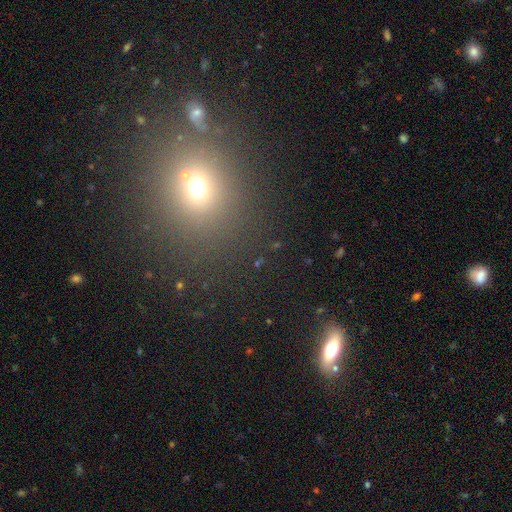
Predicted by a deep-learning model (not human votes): The model was most divided on "smooth or featured": smooth: 53%, star or artifact: 36%, featured or disk: 11%. More confident: merging — none (79%); how rounded — round (71%).